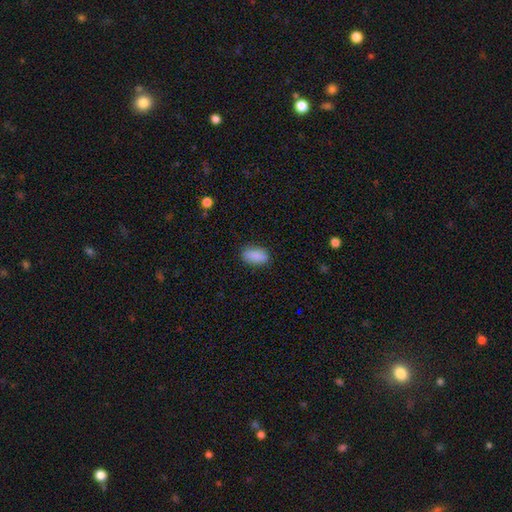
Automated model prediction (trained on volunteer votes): smooth 89%, star or artifact 7%, featured or disk 4%. Down the decision tree: how rounded — in between (91%); merging — none (85%).